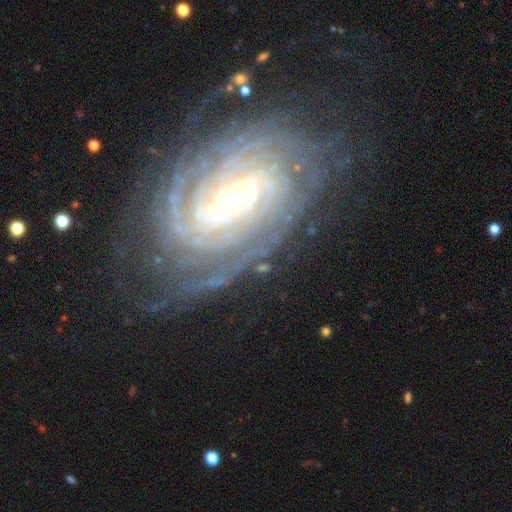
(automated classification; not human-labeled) Smooth or featured?
  - featured or disk: 90% *
  - star or artifact: 5%
  - smooth: 4%
Edge-on disk?
  - no: 96% *
  - yes: 4%
Bar?
  - strong: 42% *
  - weak: 39%
  - no: 19%
Spiral arms?
  - yes: 98% *
  - no: 2%
Spiral winding?
  - tight: 83% *
  - medium: 15%
  - loose: 3%
Spiral arm count?
  - can't tell: 25% *
  - 4: 22%
  - more than 4: 18%
  - 3: 13%
  - 2: 13%
  - 1: 7%
Bulge size?
  - small: 58% *
  - moderate: 37%
  - large: 3%
  - none: 1%
  - dominant: 1%
Merging?
  - none: 76% *
  - minor disturbance: 15%
  - major disturbance: 7%
  - merger: 1%